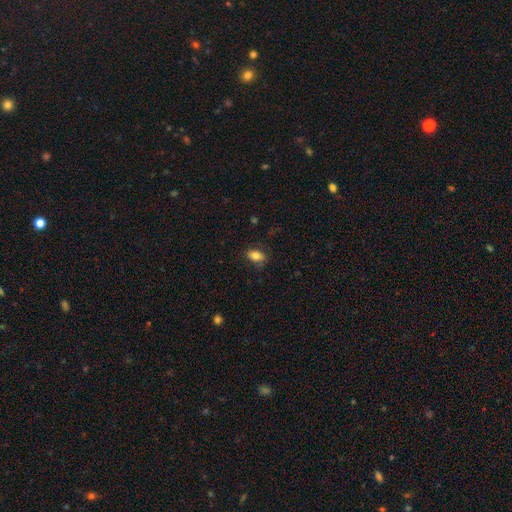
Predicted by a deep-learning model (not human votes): smooth-or-featured: smooth: 80% | featured or disk: 11% | star or artifact: 9%
  how-rounded: in between: 84% | round: 13% | cigar-shaped: 2%
  merging: none: 78% | minor disturbance: 16% | major disturbance: 4% | merger: 1%